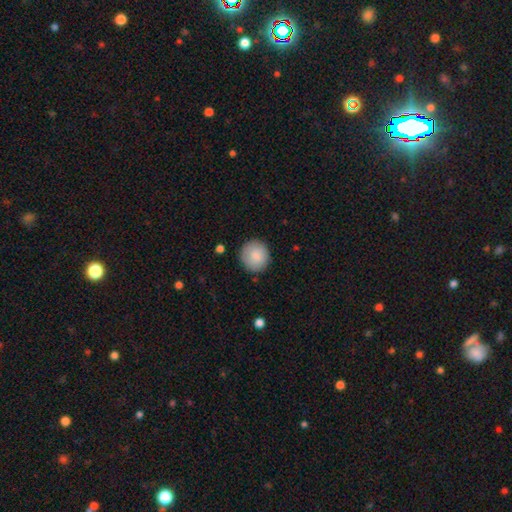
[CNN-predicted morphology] Overall: smooth (87%). How rounded: round (91%). Merging: none (87%).